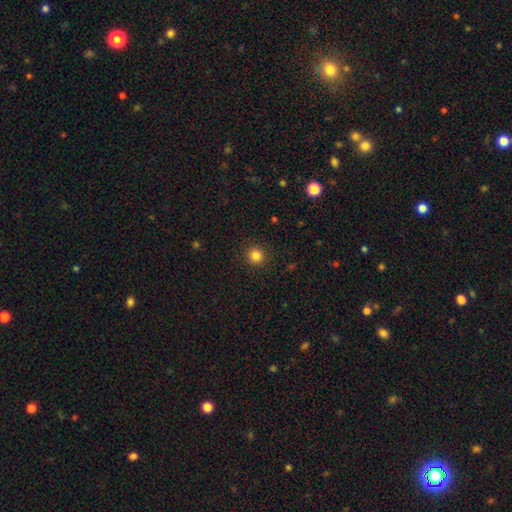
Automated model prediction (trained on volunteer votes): Morphology: type=smooth (84%); roundness=round (93%); merging=none (91%).